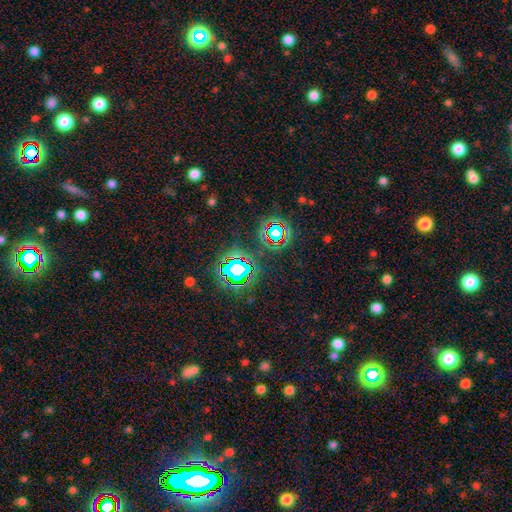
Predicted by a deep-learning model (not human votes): Smooth or featured?
  - star or artifact: 78% *
  - smooth: 14%
  - featured or disk: 8%